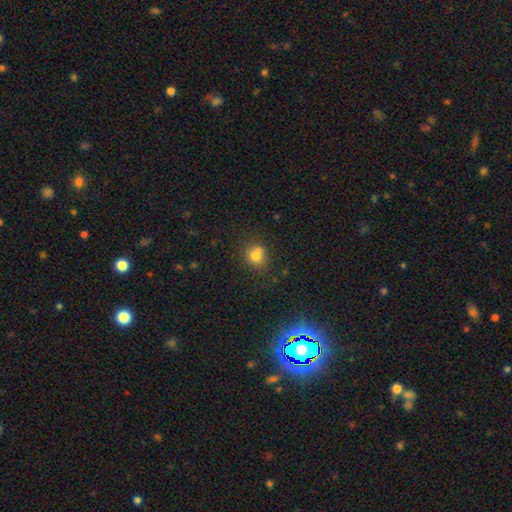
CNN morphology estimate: This appears to be a smooth galaxy with no disk features (73%) that is round (73%). Merging: none (51%).